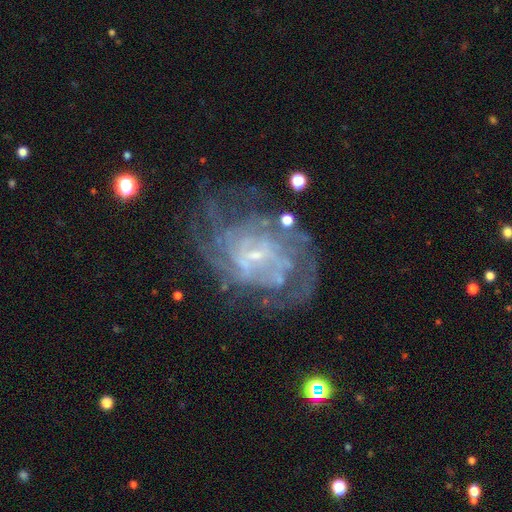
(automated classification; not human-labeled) This is clearly a featured or disk galaxy (82%). It is clearly not viewed edge-on (97%). Bar: possibly no (50%). Spiral arm pattern: clearly yes (83%). Spiral arm count: possibly can't tell (51%). Spiral winding: possibly tight (53%). Central bulge: likely small (76%). Merging: possibly none (57%).